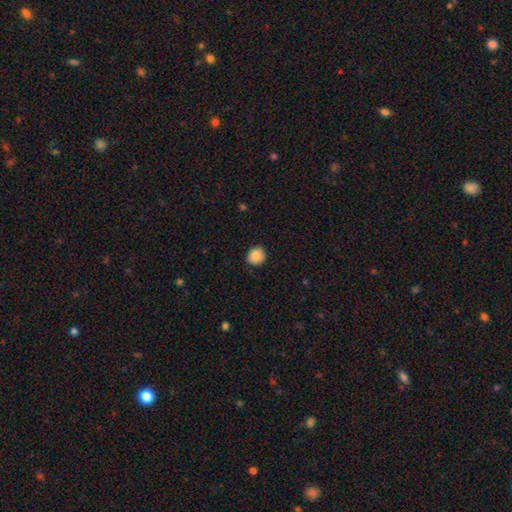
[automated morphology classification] Smooth or featured? smooth (88%)
How rounded? round (81%)
Merging? none (88%)